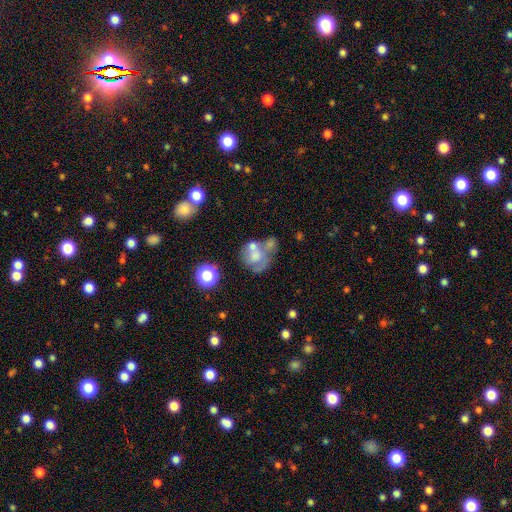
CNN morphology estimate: Smooth or featured: featured or disk — 45% (smooth — 42%)
Merging: merger — 35% (none — 28%)